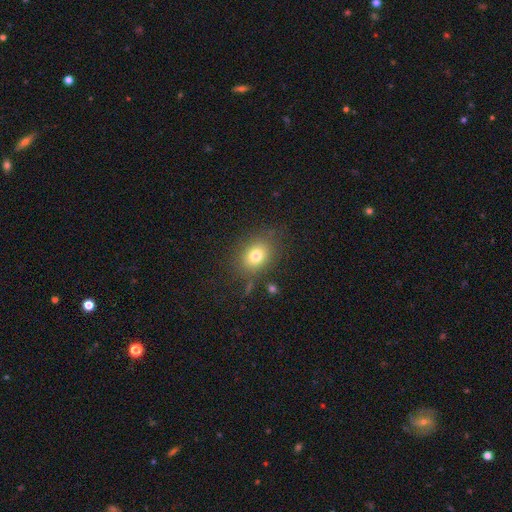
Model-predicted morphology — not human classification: This appears to be a smooth galaxy with no disk features (77%) that is in between round and cigar-shaped (51%). Merging: none (78%).